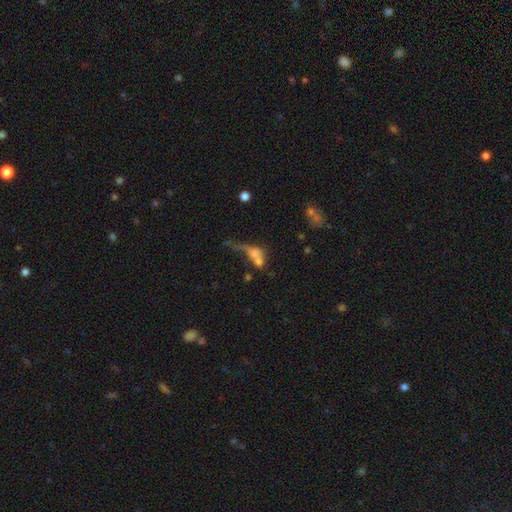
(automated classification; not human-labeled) smooth-or-featured: smooth: 55% | featured or disk: 31% | star or artifact: 14%
  how-rounded: in between: 60% | round: 27% | cigar-shaped: 12%
  merging: merger: 48% | major disturbance: 28% | none: 14% | minor disturbance: 9%